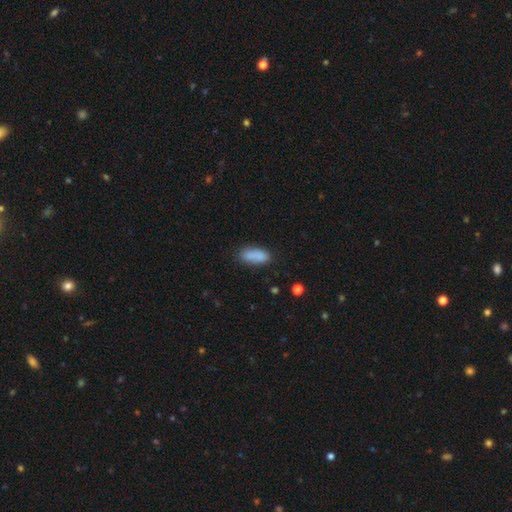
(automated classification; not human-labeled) The model was most divided on "merging": none: 72%, minor disturbance: 19%, major disturbance: 5%, merger: 4%. More confident: smooth or featured — smooth (85%); how rounded — in between (81%).